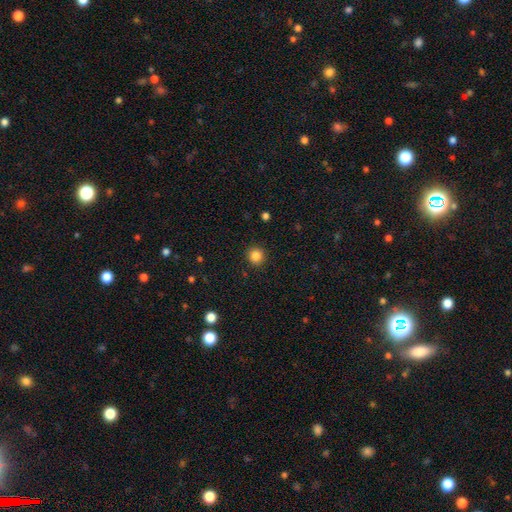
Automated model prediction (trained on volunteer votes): Smooth or featured? Predicted: smooth (p=0.85). How rounded? Predicted: round (p=0.93). Merging? Predicted: none (p=0.91).